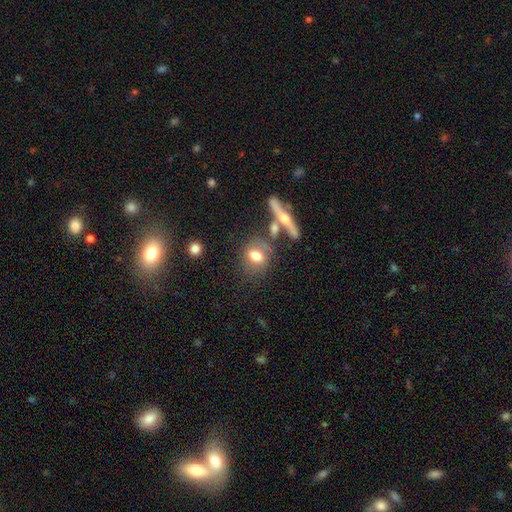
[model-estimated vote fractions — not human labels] Q: Smooth or featured?
A: smooth (65%); runner-up: featured or disk (24%)
Q: How rounded?
A: in between (48%); runner-up: round (47%)
Q: Merging?
A: none (63%); runner-up: merger (17%)